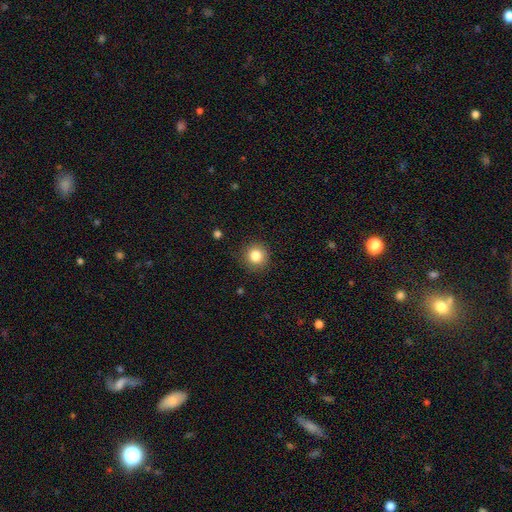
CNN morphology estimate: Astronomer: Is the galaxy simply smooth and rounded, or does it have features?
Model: smooth — 83%.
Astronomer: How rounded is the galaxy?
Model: round — 93%.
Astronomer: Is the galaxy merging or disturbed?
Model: none — 88%.